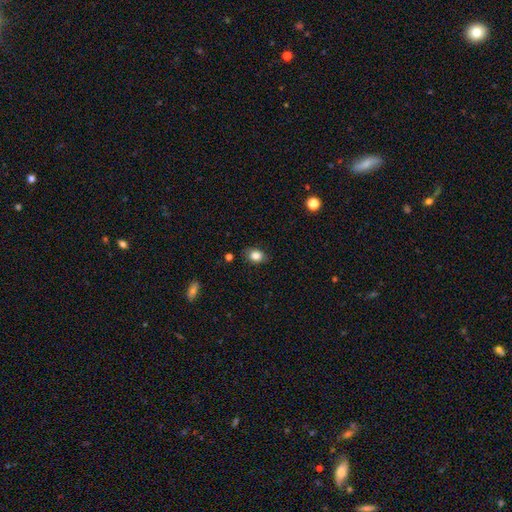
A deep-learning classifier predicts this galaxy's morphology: Q: Smooth or featured?
A: smooth (84%); runner-up: star or artifact (10%)
Q: How rounded?
A: in between (60%); runner-up: round (39%)
Q: Merging?
A: none (82%); runner-up: minor disturbance (13%)